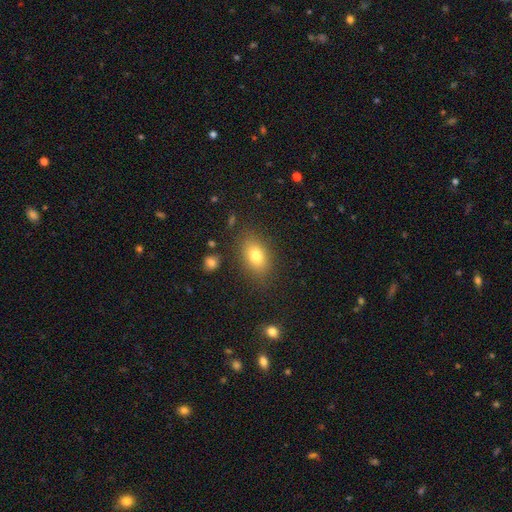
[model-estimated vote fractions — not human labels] This appears to be a smooth galaxy with no disk features (78%) that is in between round and cigar-shaped (83%). Merging: none (83%).